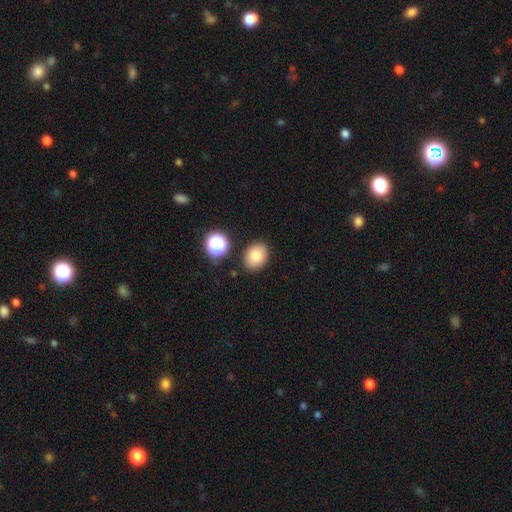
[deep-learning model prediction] Q: Smooth or featured?
A: smooth (82%); runner-up: star or artifact (10%)
Q: How rounded?
A: in between (59%); runner-up: round (40%)
Q: Merging?
A: none (84%); runner-up: minor disturbance (10%)